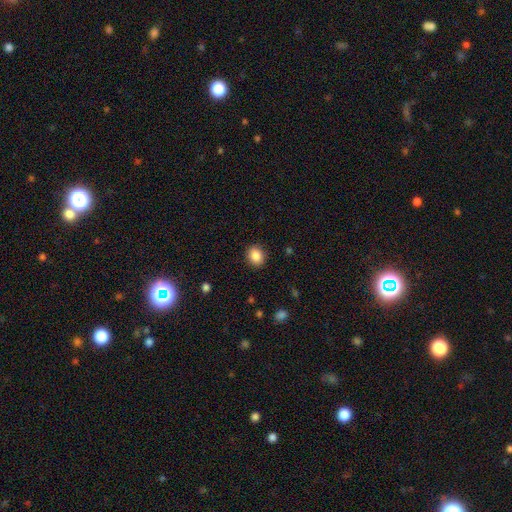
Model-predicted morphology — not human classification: Smooth or featured? smooth (87%)
How rounded? round (62%)
Merging? none (89%)